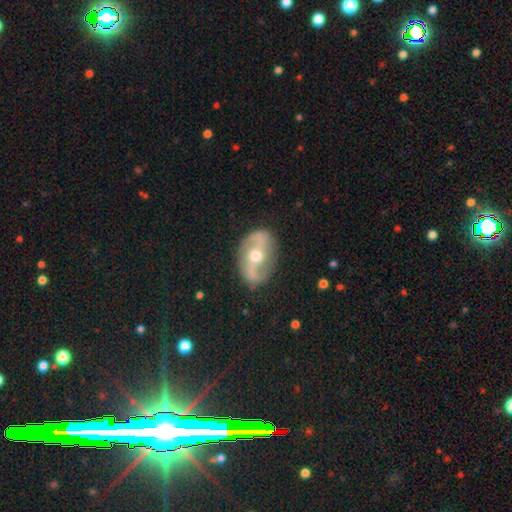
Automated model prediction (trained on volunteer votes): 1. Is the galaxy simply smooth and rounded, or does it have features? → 80% featured or disk, 13% smooth, 8% star or artifact.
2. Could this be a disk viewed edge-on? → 95% no, 5% yes.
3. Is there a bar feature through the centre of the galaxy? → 41% no, 33% weak, 26% strong.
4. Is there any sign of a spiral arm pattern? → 83% yes, 17% no.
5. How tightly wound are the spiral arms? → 46% loose, 37% medium, 17% tight.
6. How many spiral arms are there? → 91% 2, 5% can't tell, 2% 1, 1% 3, 1% 4, 1% more than 4.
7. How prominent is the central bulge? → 75% moderate, 17% small, 5% large, 1% dominant, 1% none.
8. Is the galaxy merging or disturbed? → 82% none, 12% minor disturbance, 4% major disturbance, 1% merger.